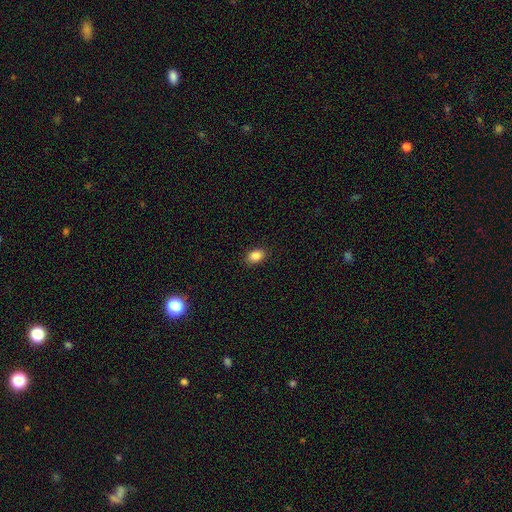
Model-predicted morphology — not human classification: smooth 86%, star or artifact 9%, featured or disk 5%. Down the decision tree: how rounded — in between (77%); merging — none (89%).